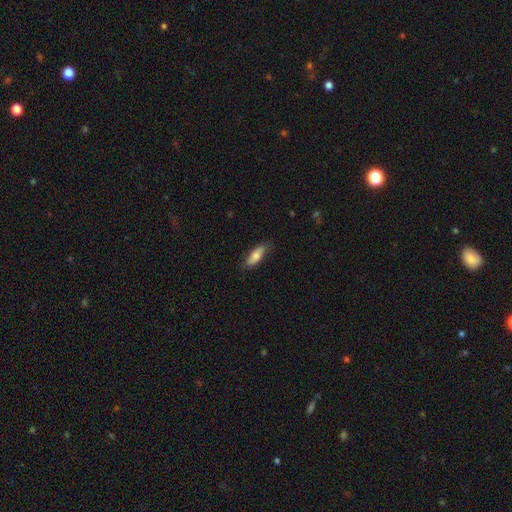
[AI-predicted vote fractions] smooth_or_featured: smooth (p=0.72) [alt: featured or disk p=0.22]
how_rounded: in between (p=0.70) [alt: cigar-shaped p=0.28]
merging: none (p=0.78) [alt: minor disturbance p=0.18]